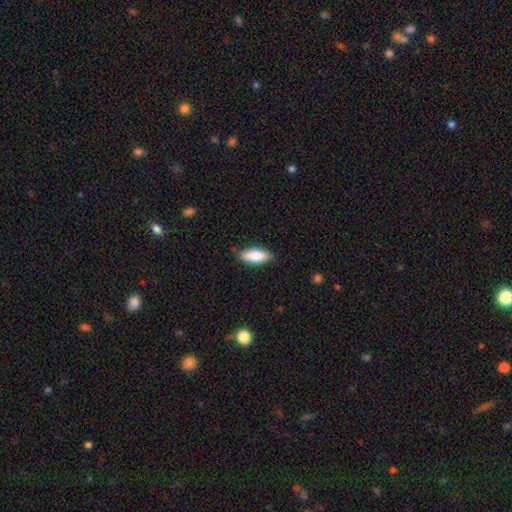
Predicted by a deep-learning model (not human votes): A smooth galaxy with no disk features (79%) that is in between round and cigar-shaped (80%).

Vote fractions:
- Smooth or featured? smooth: 79% / featured or disk: 15% / star or artifact: 6%
- How rounded? in between: 80% / cigar-shaped: 17% / round: 2%
- Merging? none: 85% / minor disturbance: 12% / major disturbance: 2% / merger: 1%